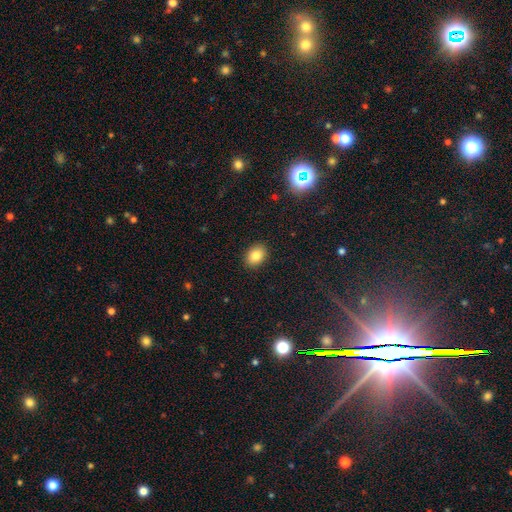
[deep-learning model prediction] smooth_or_featured: smooth (p=0.84) [alt: star or artifact p=0.09]
how_rounded: in between (p=0.67) [alt: round p=0.32]
merging: none (p=0.90) [alt: minor disturbance p=0.07]